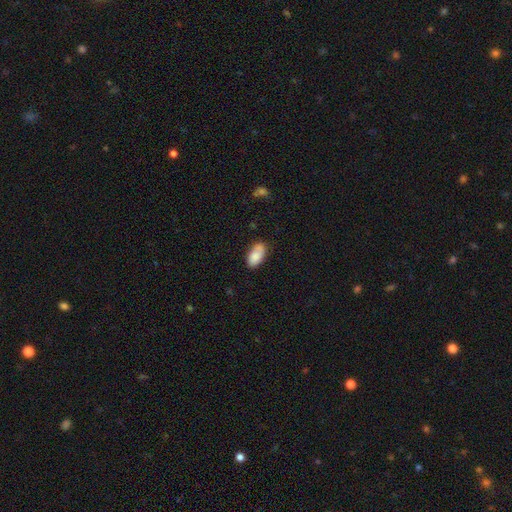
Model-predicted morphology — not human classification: Smooth or featured: smooth — 82% (featured or disk — 11%)
How rounded: in between — 93% (cigar-shaped — 3%)
Merging: none — 67% (minor disturbance — 22%)